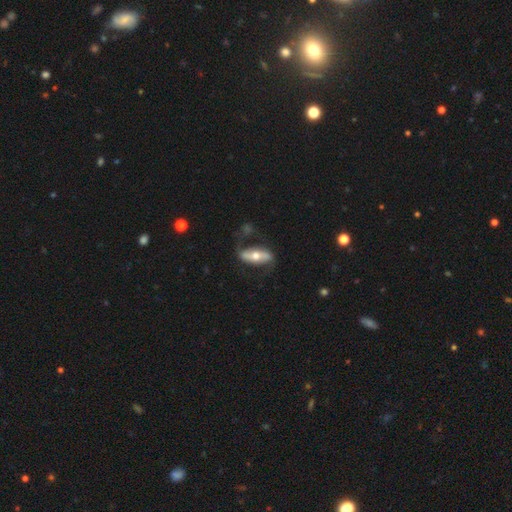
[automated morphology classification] Smooth or featured?
  - featured or disk: 69% *
  - smooth: 26%
  - star or artifact: 5%
Edge-on disk?
  - no: 83% *
  - yes: 17%
Bar?
  - strong: 43% *
  - no: 35%
  - weak: 22%
Spiral arms?
  - yes: 82% *
  - no: 18%
Bulge size?
  - moderate: 70% *
  - small: 20%
  - large: 7%
  - dominant: 1%
  - none: 1%
Merging?
  - none: 63% *
  - minor disturbance: 21%
  - major disturbance: 13%
  - merger: 3%